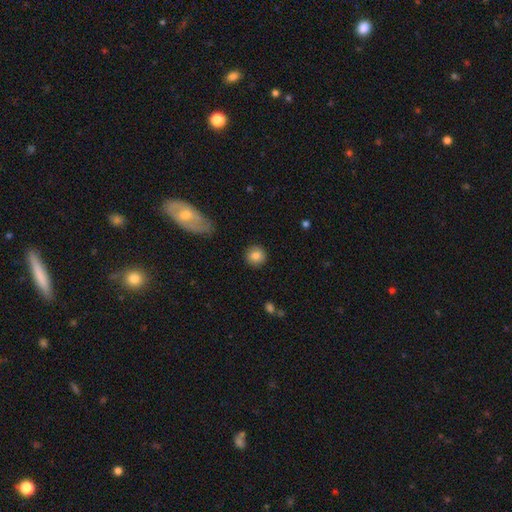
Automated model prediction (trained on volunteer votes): Smooth or featured?
  - smooth: 84% *
  - star or artifact: 8%
  - featured or disk: 8%
How rounded?
  - round: 90% *
  - in between: 8%
  - cigar-shaped: 1%
Merging?
  - none: 87% *
  - minor disturbance: 8%
  - major disturbance: 3%
  - merger: 2%